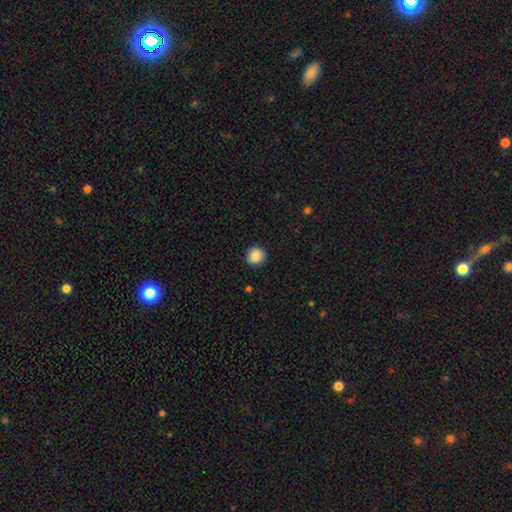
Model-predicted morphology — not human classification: Smooth or featured? Predicted: smooth (p=0.86). How rounded? Predicted: round (p=0.91). Merging? Predicted: none (p=0.91).